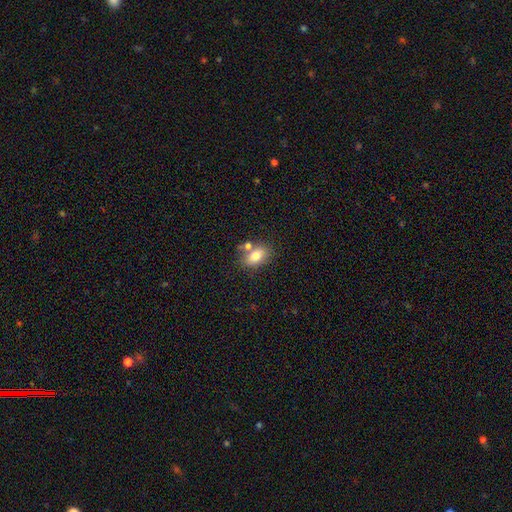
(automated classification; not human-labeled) smooth 77%, featured or disk 14%, star or artifact 9%. Down the decision tree: how rounded — in between (84%); merging — none (61%).